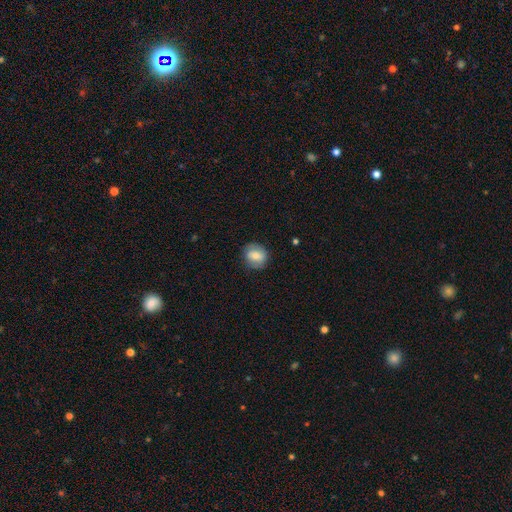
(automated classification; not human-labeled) smooth-or-featured: smooth: 64% | featured or disk: 28% | star or artifact: 8%
  how-rounded: round: 72% | in between: 26% | cigar-shaped: 1%
  merging: none: 83% | minor disturbance: 13% | major disturbance: 4% | merger: 1%